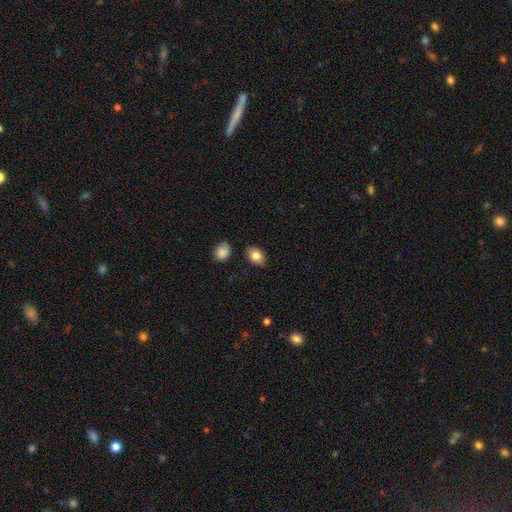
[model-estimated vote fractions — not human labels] Morphology: type=smooth (84%); roundness=in between (80%); merging=none (84%).